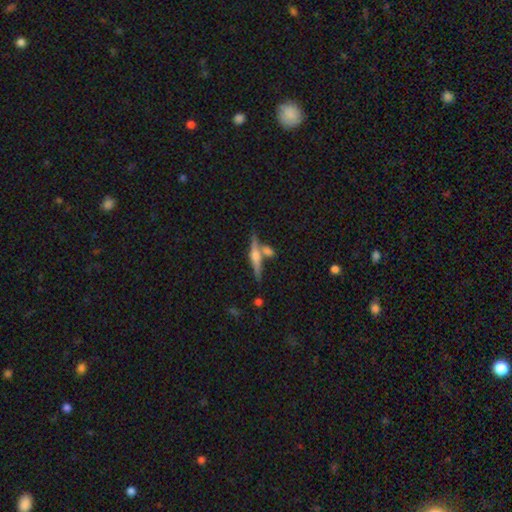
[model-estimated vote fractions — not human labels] Morphology: type=featured or disk (66%); edge-on=yes (96%); edge-on bulge=rounded (82%); merging=none (65%).